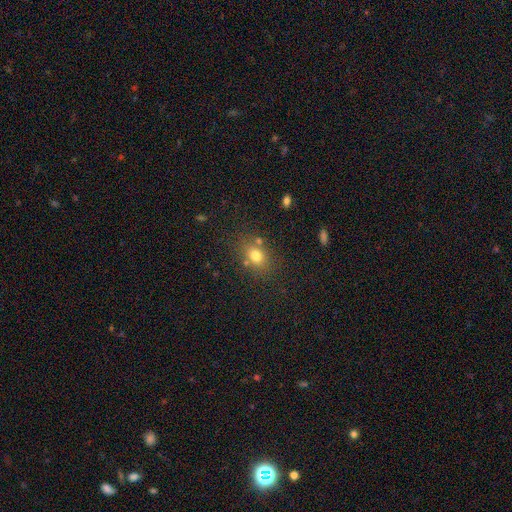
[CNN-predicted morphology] This appears to be a smooth galaxy with no disk features (75%) that is in between round and cigar-shaped (56%). Merging: none (73%).